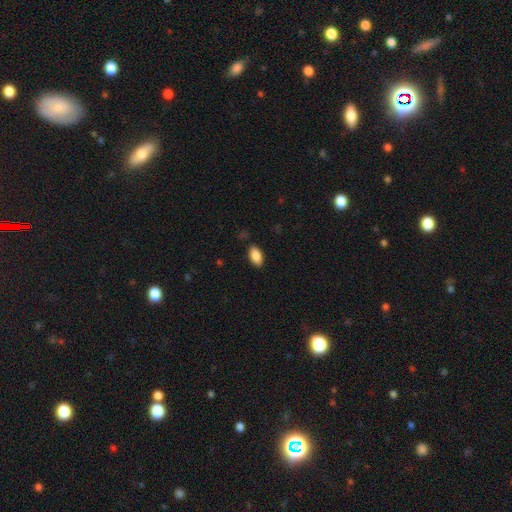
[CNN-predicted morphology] smooth_or_featured: smooth (p=0.88) [alt: star or artifact p=0.07]
how_rounded: in between (p=0.93) [alt: cigar-shaped p=0.04]
merging: none (p=0.86) [alt: minor disturbance p=0.11]